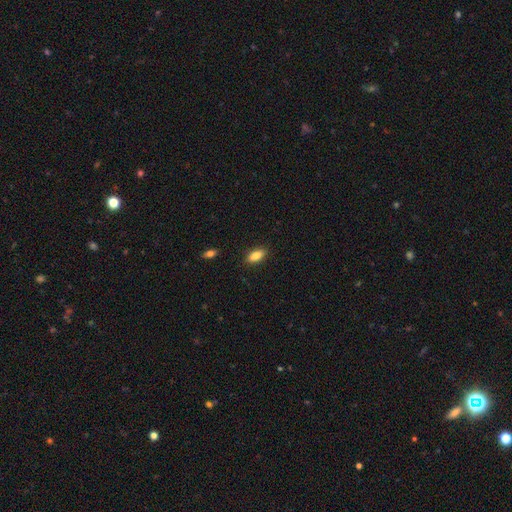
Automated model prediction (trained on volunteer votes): Smooth or featured?
  - smooth: 85% *
  - star or artifact: 8%
  - featured or disk: 7%
How rounded?
  - in between: 86% *
  - cigar-shaped: 11%
  - round: 3%
Merging?
  - none: 88% *
  - minor disturbance: 9%
  - major disturbance: 2%
  - merger: 1%